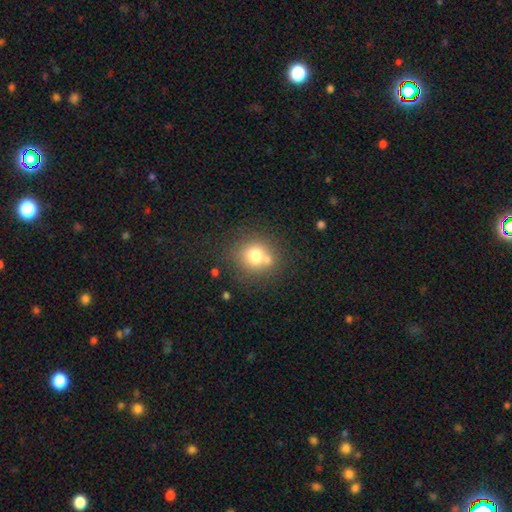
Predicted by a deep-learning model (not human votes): Q: Smooth or featured?
A: smooth (74%); runner-up: featured or disk (14%)
Q: How rounded?
A: round (85%); runner-up: in between (14%)
Q: Merging?
A: none (62%); runner-up: merger (22%)